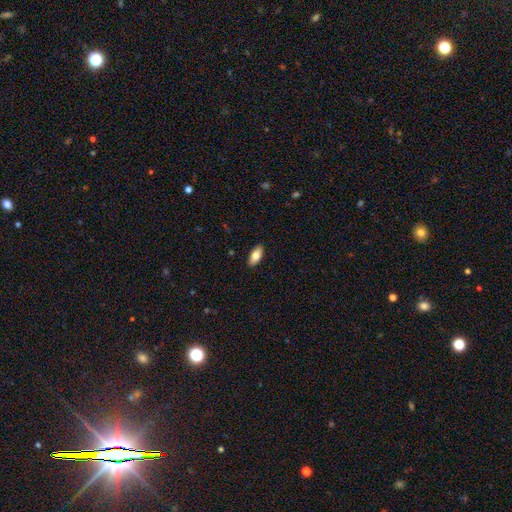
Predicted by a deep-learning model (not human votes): Smooth or featured: smooth — 80% (featured or disk — 13%)
How rounded: in between — 89% (cigar-shaped — 9%)
Merging: none — 90% (minor disturbance — 8%)